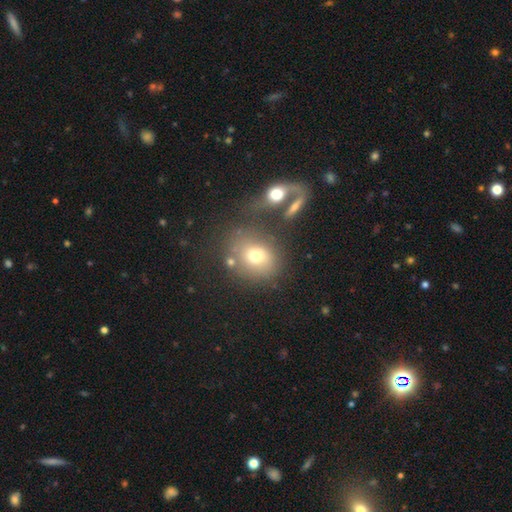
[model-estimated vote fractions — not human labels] smooth_or_featured: smooth (p=0.70) [alt: featured or disk p=0.16]
how_rounded: round (p=0.70) [alt: in between p=0.29]
merging: none (p=0.58) [alt: merger p=0.17]